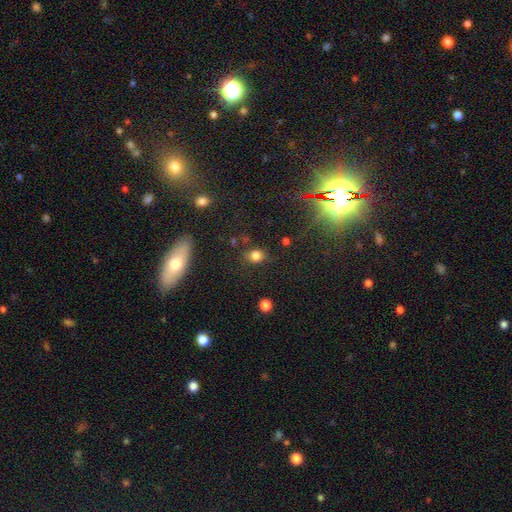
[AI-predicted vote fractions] Q: Smooth or featured?
A: smooth (79%); runner-up: star or artifact (15%)
Q: How rounded?
A: round (50%); runner-up: in between (49%)
Q: Merging?
A: none (76%); runner-up: minor disturbance (15%)